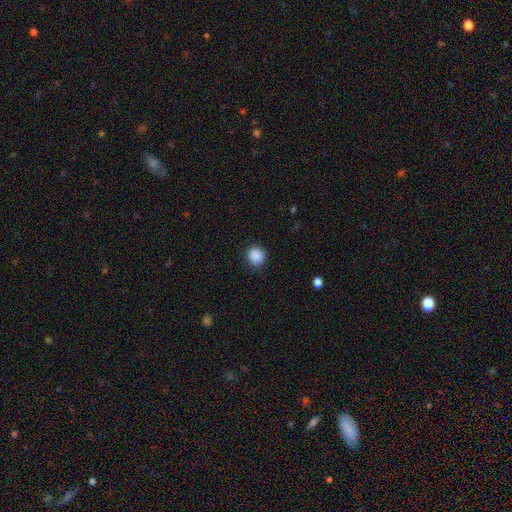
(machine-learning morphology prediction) smooth 89%, star or artifact 9%, featured or disk 2%. Down the decision tree: how rounded — round (91%); merging — none (90%).